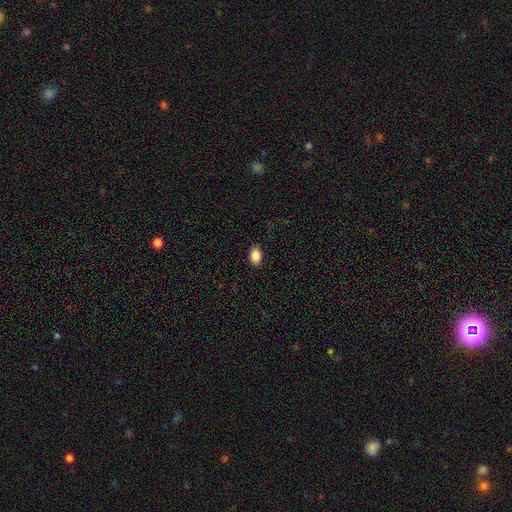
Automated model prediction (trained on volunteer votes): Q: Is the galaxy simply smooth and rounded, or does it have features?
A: smooth — 87%.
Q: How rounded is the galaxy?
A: in between — 83%.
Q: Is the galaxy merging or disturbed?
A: none — 88%.